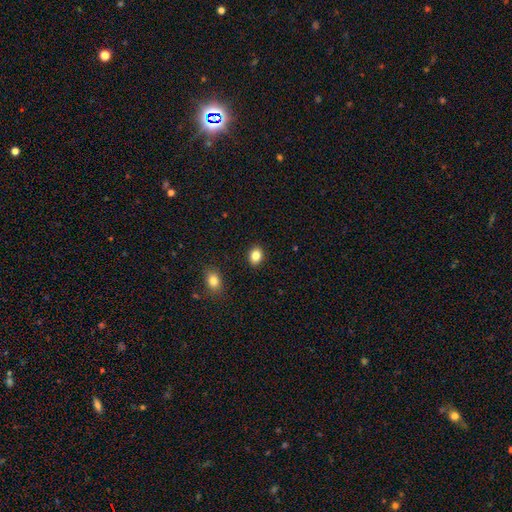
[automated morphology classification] This appears to be a smooth galaxy with no disk features (85%) that is in between round and cigar-shaped (59%). Merging: none (90%).